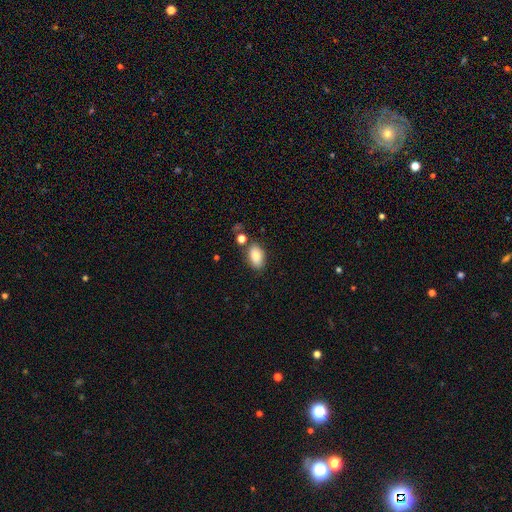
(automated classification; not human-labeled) Smooth or featured? smooth (84%)
How rounded? in between (91%)
Merging? none (77%)